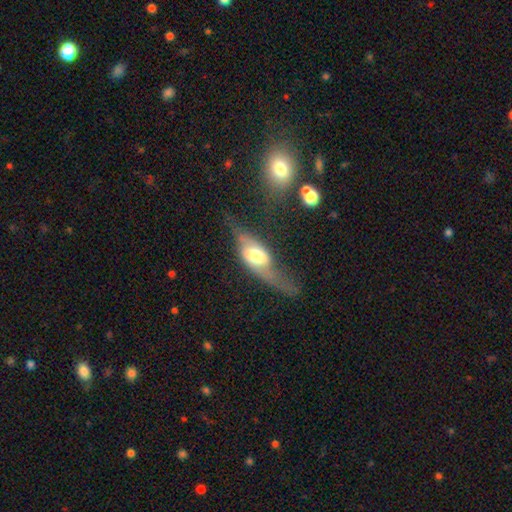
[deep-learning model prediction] featured or disk 67%, smooth 26%, star or artifact 7%. Down the decision tree: edge-on disk — no (63%); merging — none (37%).